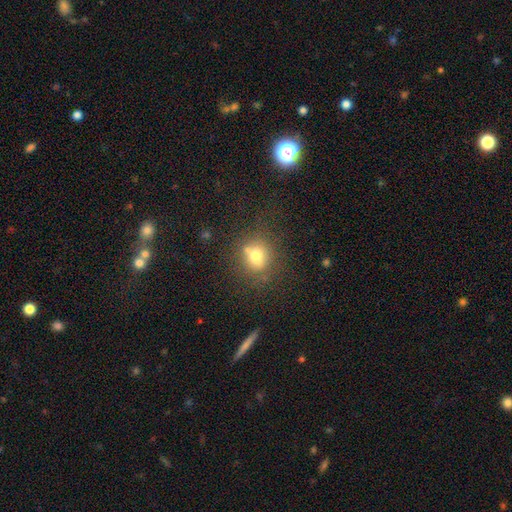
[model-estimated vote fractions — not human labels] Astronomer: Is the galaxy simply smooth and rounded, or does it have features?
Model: smooth — 69%.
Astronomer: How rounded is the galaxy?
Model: round — 72%.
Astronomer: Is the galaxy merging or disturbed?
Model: none — 63%.